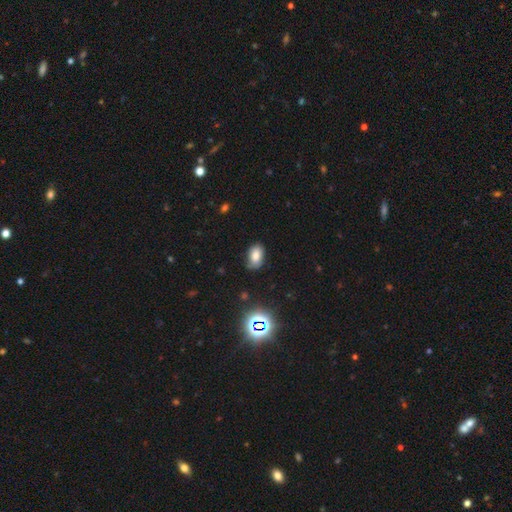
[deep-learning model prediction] This is likely a smooth galaxy (76%). How rounded: clearly in between (87%). Merging: likely none (70%).